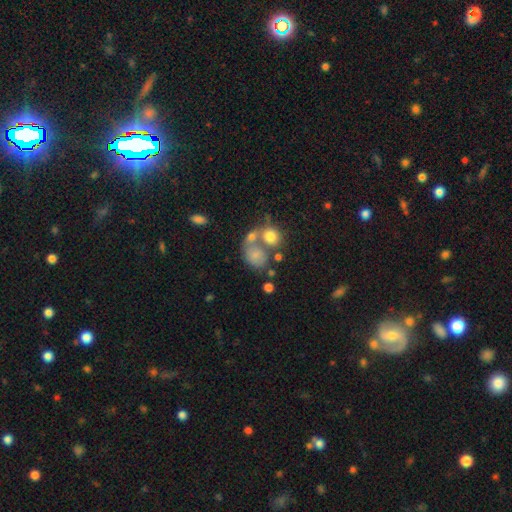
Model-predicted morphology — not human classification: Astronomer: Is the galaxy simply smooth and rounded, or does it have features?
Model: smooth — 69%.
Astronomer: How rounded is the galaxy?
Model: round — 50% (runner-up: in between, 49%).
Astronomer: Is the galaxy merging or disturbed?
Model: merger — 46% (runner-up: none, 29%).